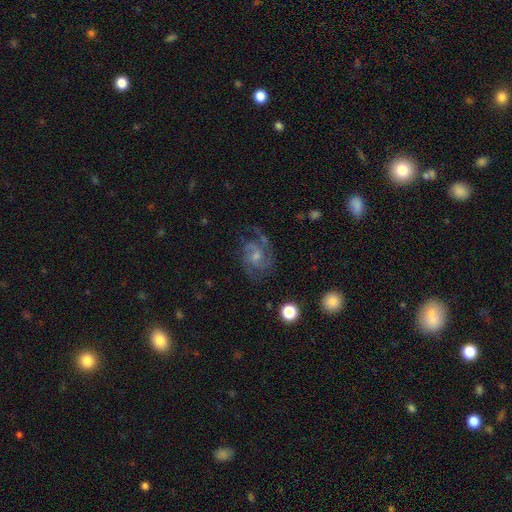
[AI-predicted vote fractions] Morphology: type=featured or disk (80%); edge-on=no (98%); bar=no (55%); spiral arms=yes (96%); winding=medium (48%); arm count=2 (46%); bulge=small (49%); merging=none (71%).